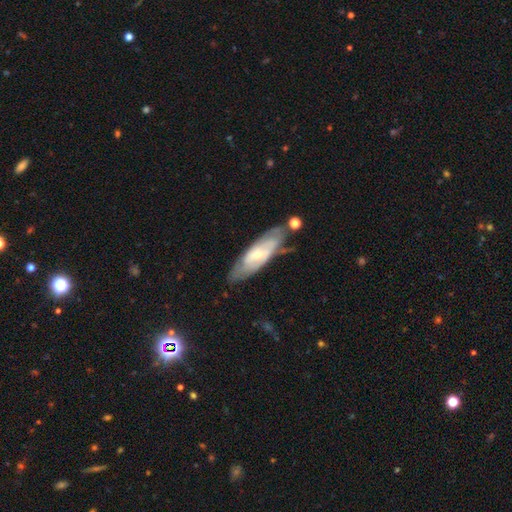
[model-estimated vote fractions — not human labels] A featured or disk galaxy (62%).

Vote fractions:
- Smooth or featured? featured or disk: 62% / smooth: 28% / star or artifact: 10%
- Edge-on disk? no: 69% / yes: 31%
- Merging? none: 72% / minor disturbance: 19% / major disturbance: 5% / merger: 4%